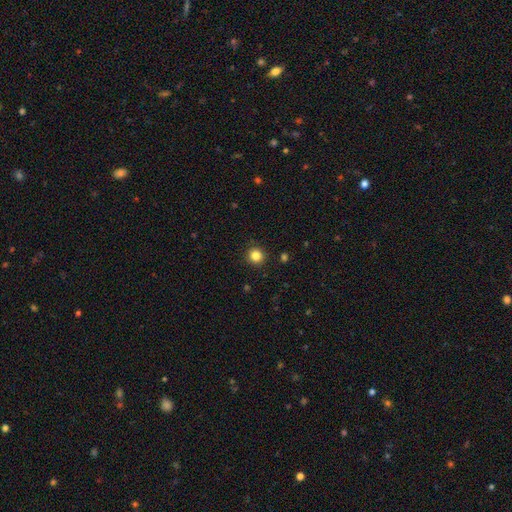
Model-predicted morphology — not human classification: smooth 84%, star or artifact 12%, featured or disk 5%. Down the decision tree: how rounded — round (94%); merging — none (92%).